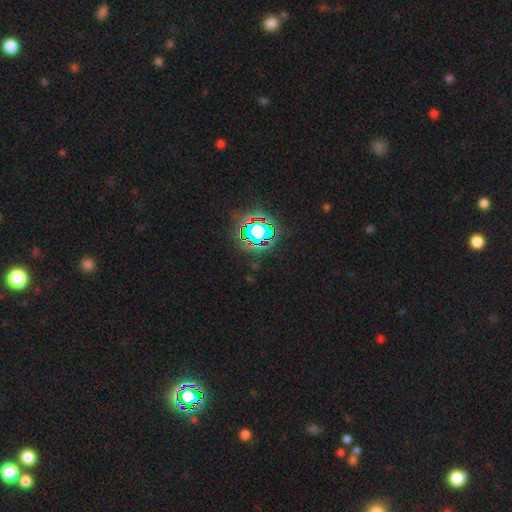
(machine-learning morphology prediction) Smooth or featured: star or artifact — 81% (smooth — 12%)